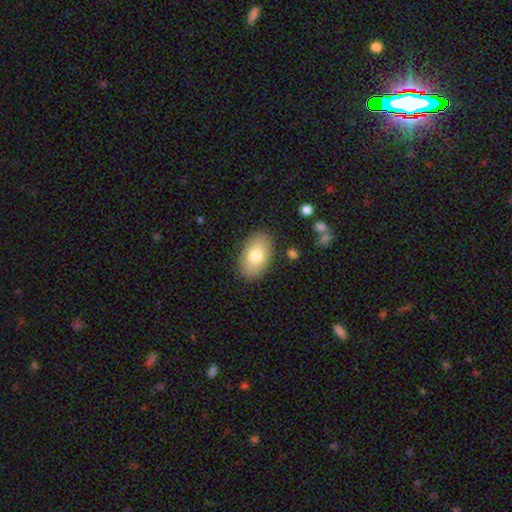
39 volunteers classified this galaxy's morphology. smooth-or-featured: smooth: 85% | featured or disk: 8% | star or artifact: 8%
  how-rounded: in between: 88% | round: 12% | cigar-shaped: 0%
  merging: none: 81% | minor disturbance: 17% | merger: 3% | major disturbance: 0%